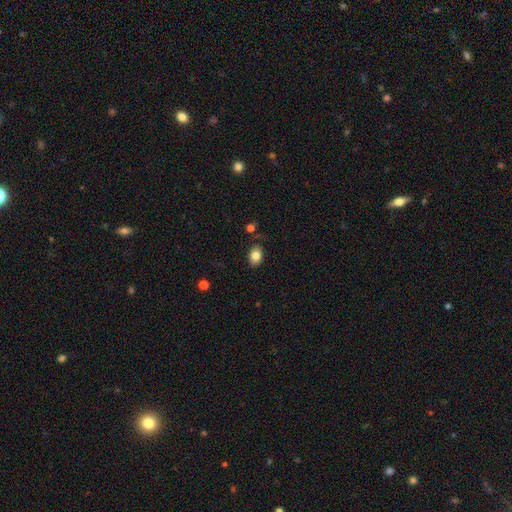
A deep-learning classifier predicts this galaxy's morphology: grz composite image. It shows a smooth galaxy with no disk features (83%) that is in between round and cigar-shaped (75%). Merging: none (80%).